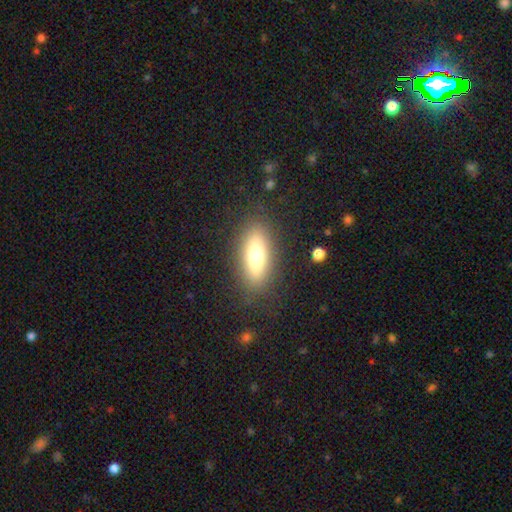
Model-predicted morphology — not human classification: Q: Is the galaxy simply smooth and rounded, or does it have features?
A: smooth — 68%.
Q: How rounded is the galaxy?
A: in between — 69%.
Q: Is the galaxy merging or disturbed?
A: none — 84%.